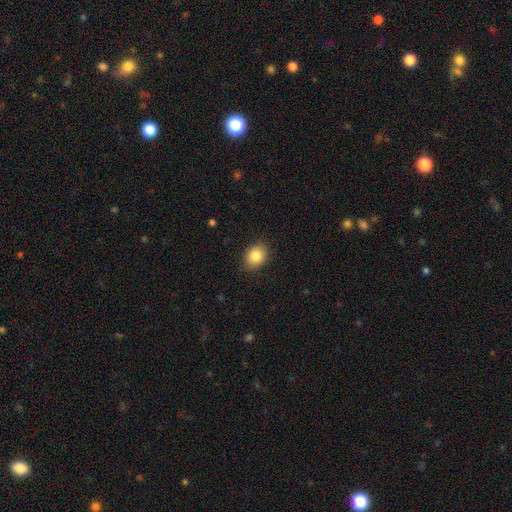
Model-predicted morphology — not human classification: This is clearly a smooth galaxy (85%). How rounded: possibly in between (55%). Merging: clearly none (87%).